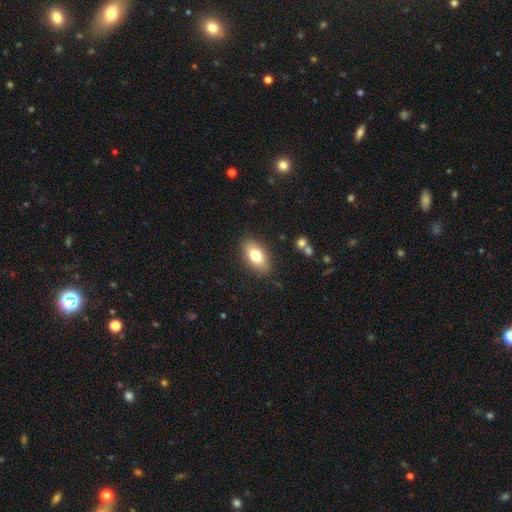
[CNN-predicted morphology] The model was most divided on "smooth or featured": smooth: 76%, featured or disk: 16%, star or artifact: 8%. More confident: how rounded — in between (90%); merging — none (86%).